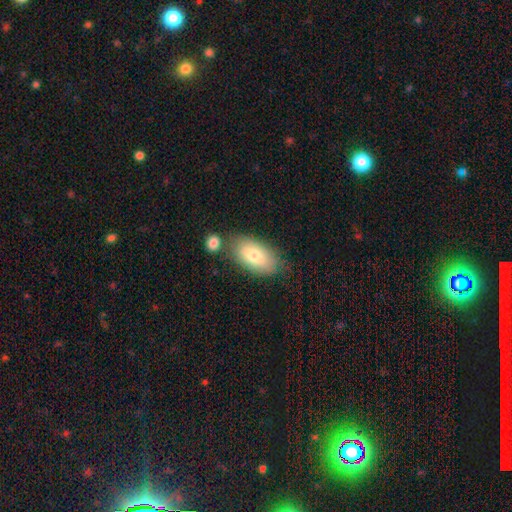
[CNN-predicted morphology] Q: Smooth or featured?
A: smooth (75%); runner-up: featured or disk (18%)
Q: How rounded?
A: in between (92%); runner-up: round (4%)
Q: Merging?
A: none (68%); runner-up: minor disturbance (15%)